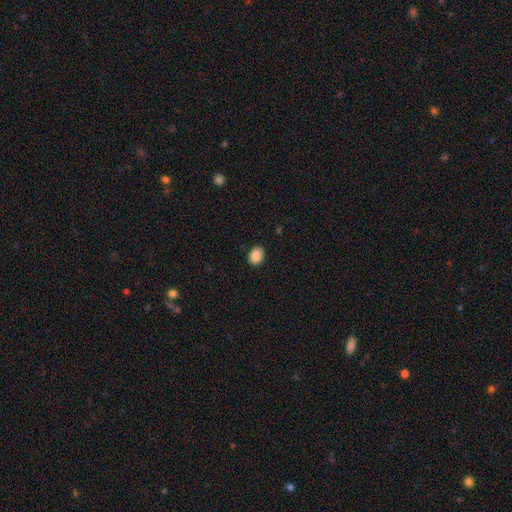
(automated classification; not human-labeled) smooth_or_featured: smooth (p=0.89) [alt: star or artifact p=0.08]
how_rounded: in between (p=0.60) [alt: round p=0.39]
merging: none (p=0.89) [alt: minor disturbance p=0.08]